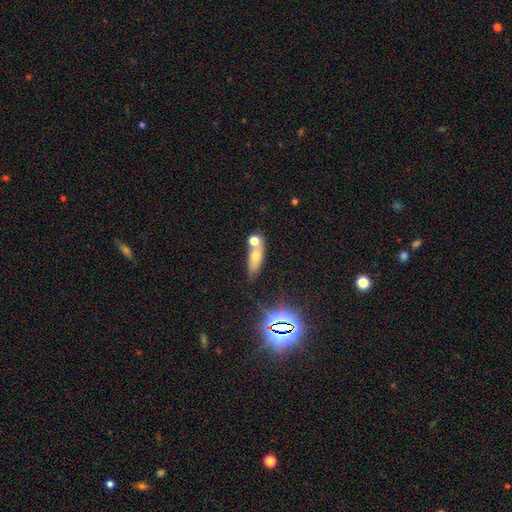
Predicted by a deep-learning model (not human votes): smooth-or-featured: smooth: 57% | featured or disk: 22% | star or artifact: 20%
  how-rounded: in between: 59% | cigar-shaped: 27% | round: 14%
  merging: merger: 42% | none: 41% | minor disturbance: 11% | major disturbance: 5%